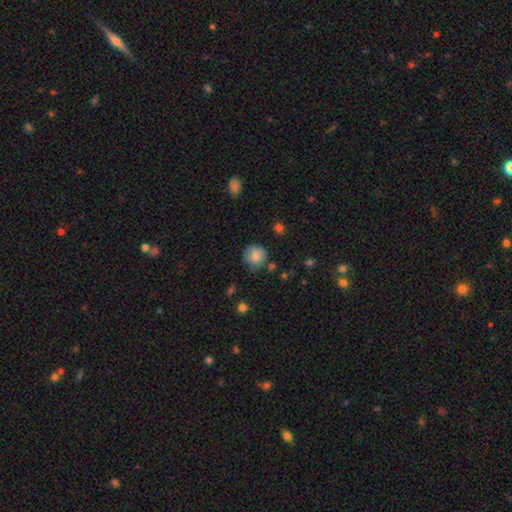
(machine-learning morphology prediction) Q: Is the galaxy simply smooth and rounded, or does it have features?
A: smooth — 83%.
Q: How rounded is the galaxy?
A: round — 89%.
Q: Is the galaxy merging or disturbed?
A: none — 68%.